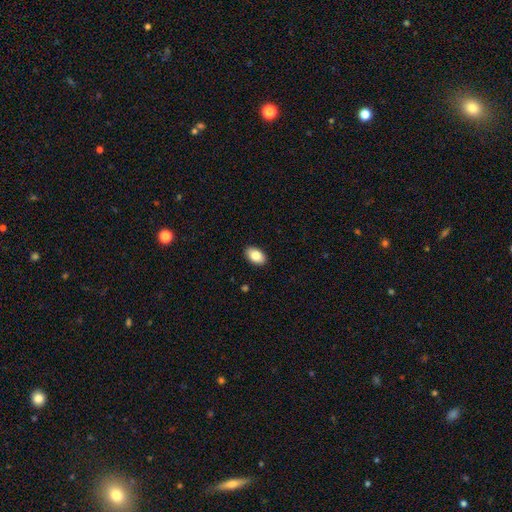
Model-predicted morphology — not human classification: Smooth or featured? smooth (85%)
How rounded? in between (93%)
Merging? none (90%)